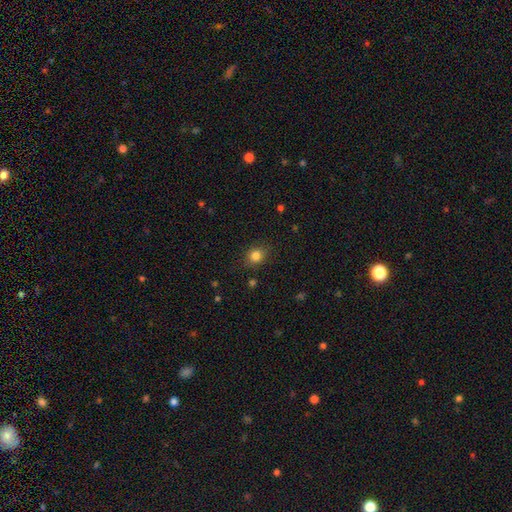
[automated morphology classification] Smooth or featured? Predicted: smooth (p=0.83). How rounded? Predicted: round (p=0.68). Merging? Predicted: none (p=0.82).